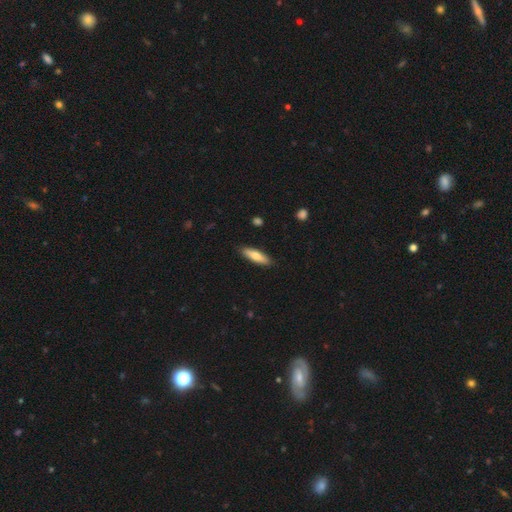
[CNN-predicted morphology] This appears to be a smooth galaxy with no disk features (72%) that is cigar-shaped (63%). Merging: none (89%).